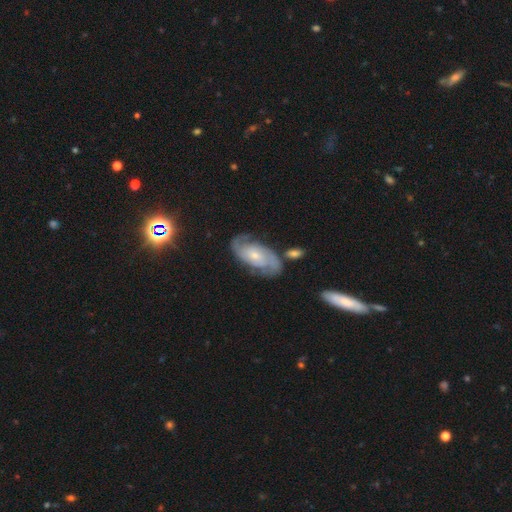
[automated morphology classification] smooth-or-featured: featured or disk: 83% | smooth: 11% | star or artifact: 6%
  disk-edge-on: no: 96% | yes: 4%
    bar: no: 66% | weak: 28% | strong: 7%
    has-spiral-arms: yes: 95% | no: 5%
      spiral-winding: tight: 48% | medium: 39% | loose: 13%
      spiral-arm-count: 2: 79% | can't tell: 11% | 3: 4% | 1: 2% | 4: 2% | more than 4: 2%
    bulge-size: small: 65% | moderate: 29% | none: 3% | large: 3% | dominant: 1%
  merging: none: 70% | minor disturbance: 17% | major disturbance: 8% | merger: 5%